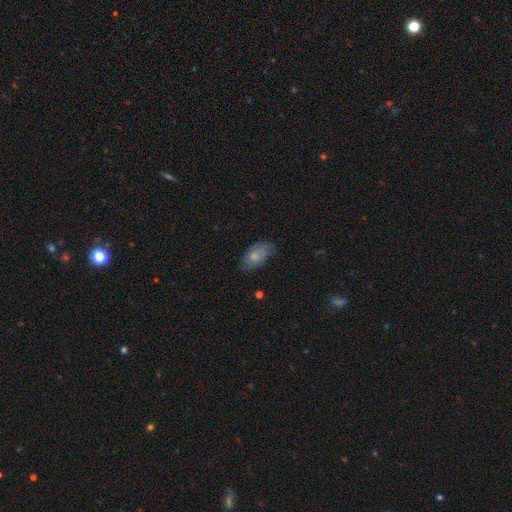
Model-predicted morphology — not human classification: type=smooth (70%); roundness=in between (92%); merging=none (67%).